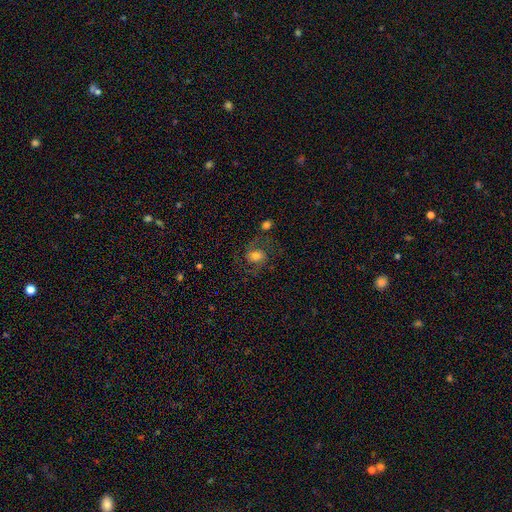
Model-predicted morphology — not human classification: Smooth or featured? Predicted: featured or disk (p=0.57). Edge-on disk? Predicted: no (p=0.97). Bar? Predicted: no (p=0.63). Spiral arms? Predicted: yes (p=0.88). Bulge size? Predicted: moderate (p=0.56). Merging? Predicted: none (p=0.65).